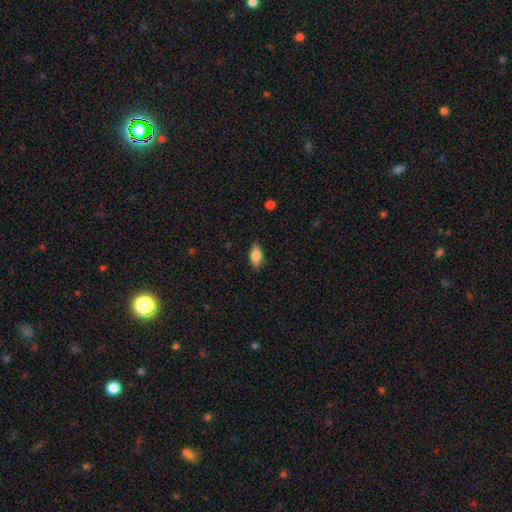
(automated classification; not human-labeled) The model was most divided on "smooth or featured": smooth: 74%, featured or disk: 18%, star or artifact: 7%. More confident: how rounded — in between (83%); merging — none (82%).